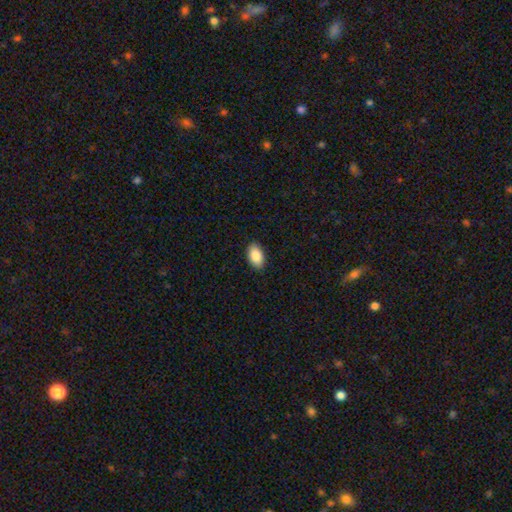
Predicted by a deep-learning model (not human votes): A smooth galaxy with no disk features (88%) that is in between round and cigar-shaped (94%).

Vote fractions:
- Smooth or featured? smooth: 88% / star or artifact: 7% / featured or disk: 5%
- How rounded? in between: 94% / round: 4% / cigar-shaped: 2%
- Merging? none: 89% / minor disturbance: 9% / major disturbance: 2% / merger: 1%